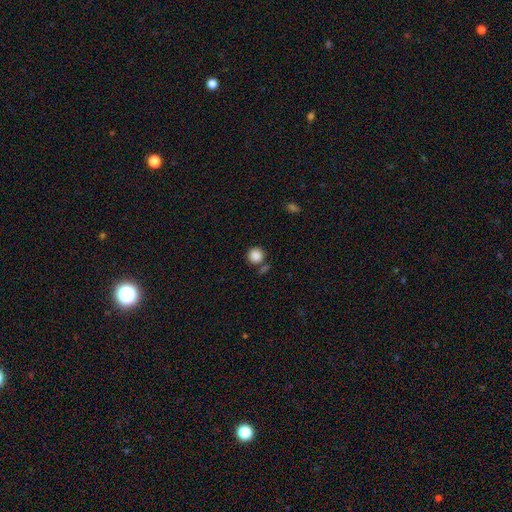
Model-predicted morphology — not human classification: smooth 87%, star or artifact 10%, featured or disk 3%. Down the decision tree: how rounded — round (93%); merging — none (73%).